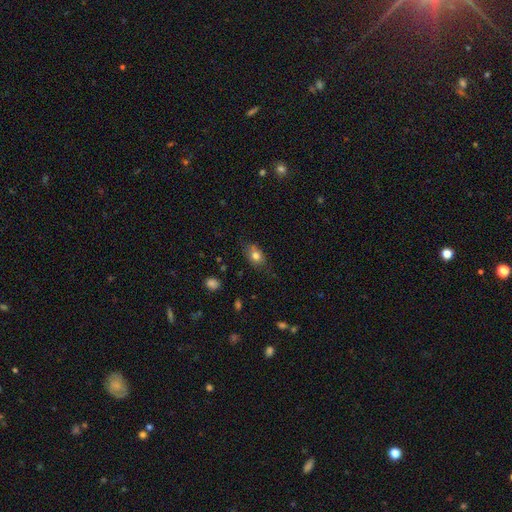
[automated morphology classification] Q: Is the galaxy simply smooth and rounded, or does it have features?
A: smooth — 78%.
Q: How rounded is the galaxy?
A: in between — 77%.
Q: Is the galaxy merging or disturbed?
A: none — 70%.